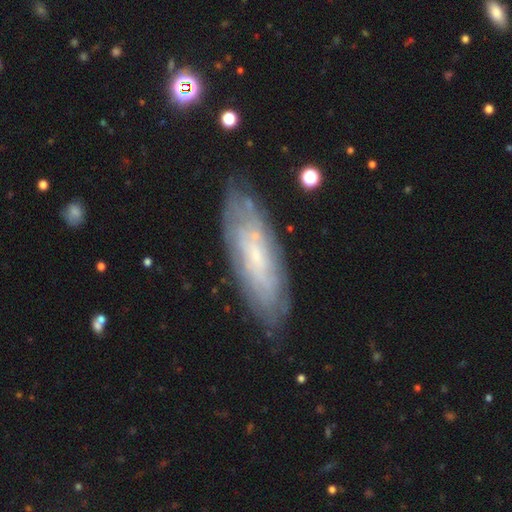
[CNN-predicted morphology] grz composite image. It shows a featured or disk galaxy (61%). Merging: none (79%).